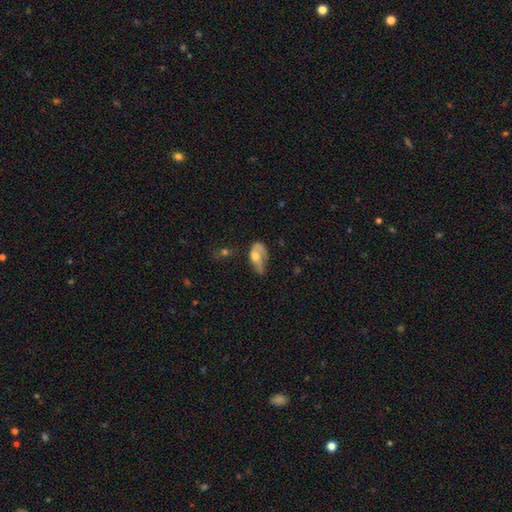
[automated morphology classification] Q: Smooth or featured?
A: smooth (53%); runner-up: featured or disk (39%)
Q: How rounded?
A: in between (88%); runner-up: round (7%)
Q: Merging?
A: major disturbance (41%); runner-up: minor disturbance (30%)